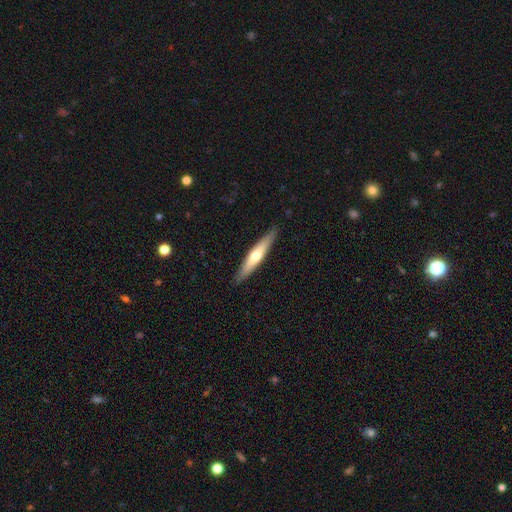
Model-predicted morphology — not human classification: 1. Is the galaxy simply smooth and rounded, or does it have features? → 48% featured or disk, 47% smooth, 5% star or artifact.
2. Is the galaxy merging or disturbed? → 89% none, 8% minor disturbance, 2% major disturbance, 1% merger.